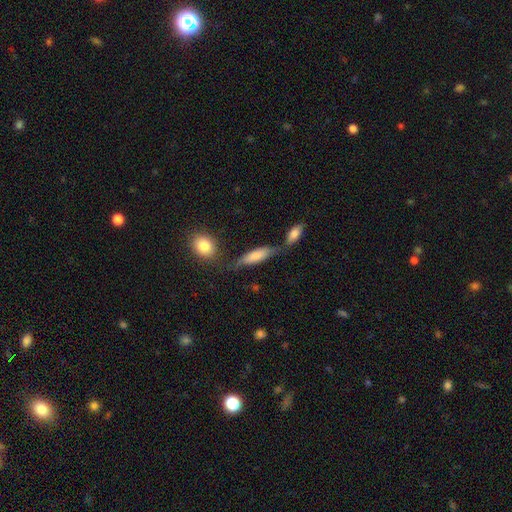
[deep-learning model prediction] Smooth or featured: smooth — 71% (featured or disk — 22%)
How rounded: cigar-shaped — 51% (in between — 46%)
Merging: none — 54% (minor disturbance — 20%)